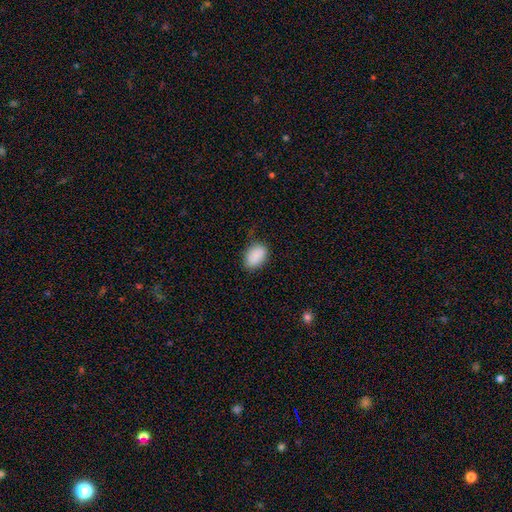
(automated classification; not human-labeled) smooth_or_featured: smooth (p=0.89) [alt: star or artifact p=0.07]
how_rounded: in between (p=0.88) [alt: round p=0.10]
merging: none (p=0.78) [alt: minor disturbance p=0.17]